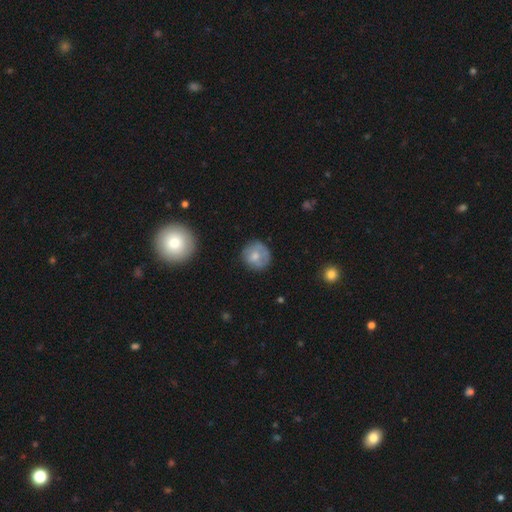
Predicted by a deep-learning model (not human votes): This is likely a smooth galaxy (67%). How rounded: clearly round (90%). Merging: likely none (74%).